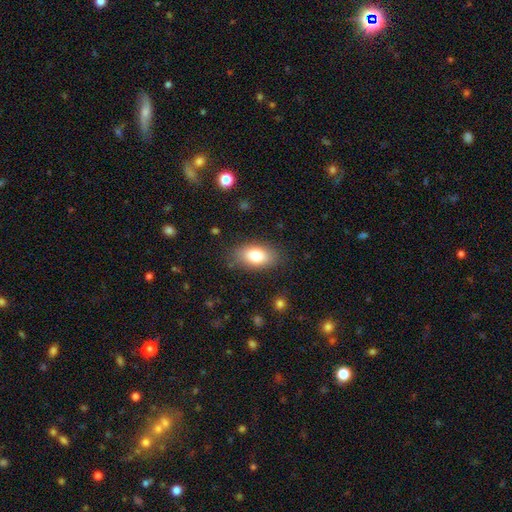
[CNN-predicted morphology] A smooth galaxy with no disk features (79%) that is in between round and cigar-shaped (91%).

Vote fractions:
- Smooth or featured? smooth: 79% / featured or disk: 14% / star or artifact: 8%
- How rounded? in between: 91% / round: 6% / cigar-shaped: 3%
- Merging? none: 82% / minor disturbance: 13% / major disturbance: 4% / merger: 1%